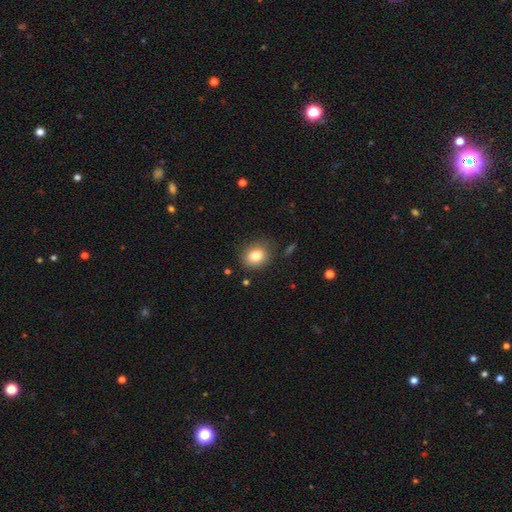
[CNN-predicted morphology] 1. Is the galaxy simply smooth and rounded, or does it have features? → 82% smooth, 10% star or artifact, 8% featured or disk.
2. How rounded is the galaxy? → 53% round, 46% in between, 1% cigar-shaped.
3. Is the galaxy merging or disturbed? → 82% none, 12% minor disturbance, 3% major disturbance, 2% merger.